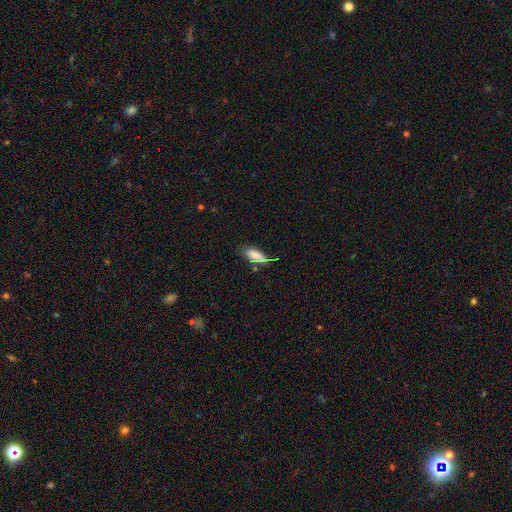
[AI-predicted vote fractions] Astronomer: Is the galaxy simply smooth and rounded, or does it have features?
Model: smooth — 81%.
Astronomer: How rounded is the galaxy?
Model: in between — 82%.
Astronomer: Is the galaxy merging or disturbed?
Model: none — 56%.